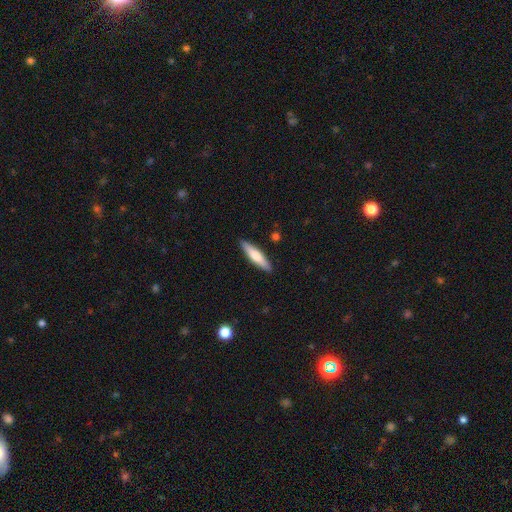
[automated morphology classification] type=smooth (64%); roundness=cigar-shaped (80%); merging=none (90%).